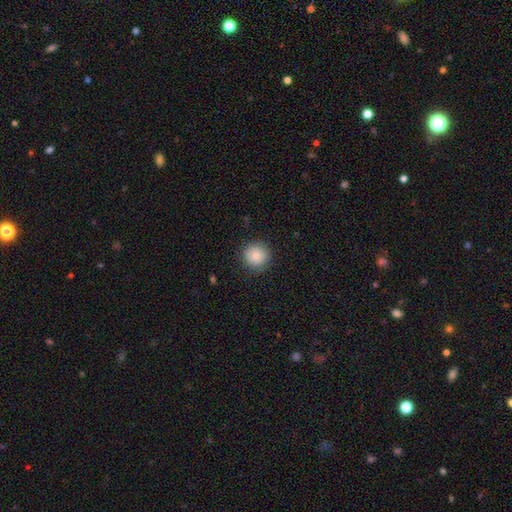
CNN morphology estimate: This appears to be a smooth galaxy with no disk features (86%) that is round (94%). Merging: none (88%).